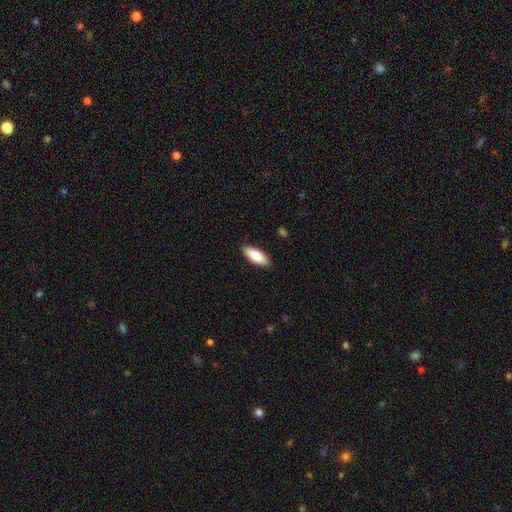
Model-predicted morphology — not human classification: smooth-or-featured: smooth: 76% | featured or disk: 18% | star or artifact: 6%
  how-rounded: in between: 78% | cigar-shaped: 20% | round: 2%
  merging: none: 89% | minor disturbance: 9% | major disturbance: 2% | merger: 1%